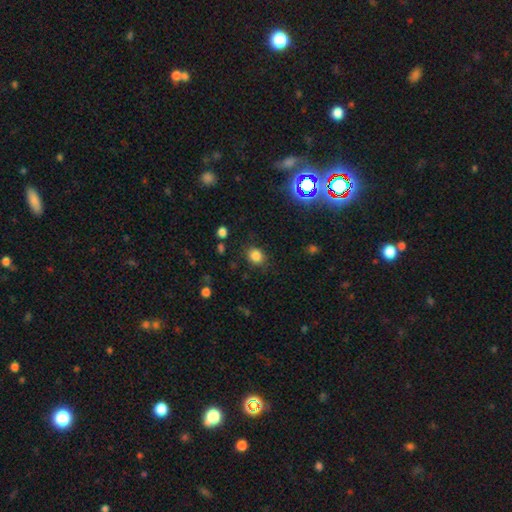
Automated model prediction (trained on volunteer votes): A smooth galaxy with no disk features (82%) that is round (60%). Merging: none (82%).